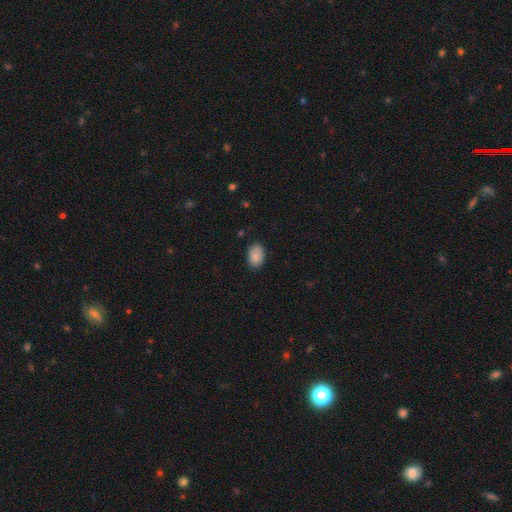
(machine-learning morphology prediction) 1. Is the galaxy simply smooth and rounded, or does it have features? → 87% smooth, 7% star or artifact, 6% featured or disk.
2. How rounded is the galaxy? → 87% in between, 12% round, 1% cigar-shaped.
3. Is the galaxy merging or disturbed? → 84% none, 12% minor disturbance, 2% major disturbance, 1% merger.